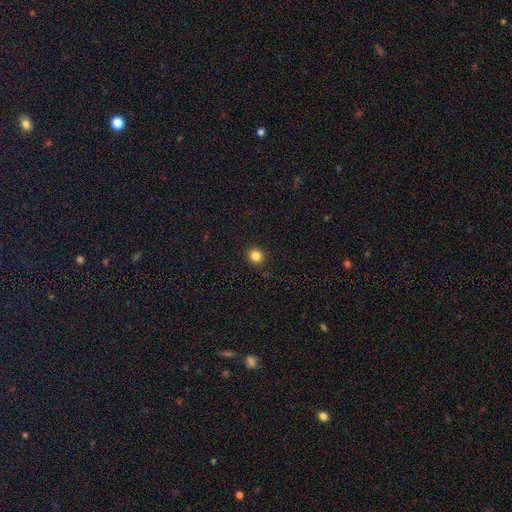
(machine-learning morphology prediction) A smooth galaxy with no disk features (84%) that is round (77%). Merging: none (90%).